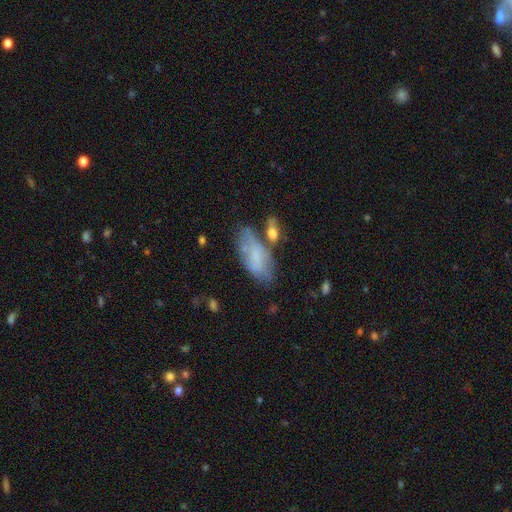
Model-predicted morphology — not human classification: smooth_or_featured: smooth (p=0.60) [alt: featured or disk p=0.30]
how_rounded: in between (p=0.84) [alt: cigar-shaped p=0.13]
merging: none (p=0.49) [alt: minor disturbance p=0.24]